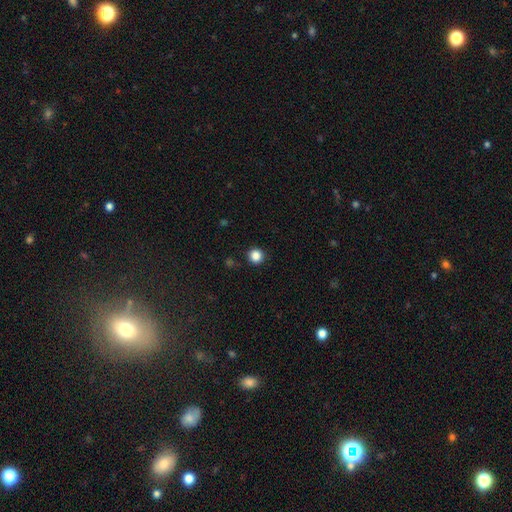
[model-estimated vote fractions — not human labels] This appears to be a smooth galaxy with no disk features (86%) that is round (93%). Merging: none (91%).